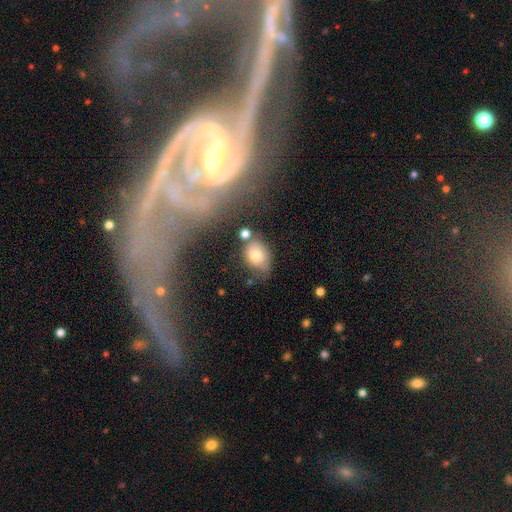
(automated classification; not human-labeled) Smooth or featured: smooth — 72% (featured or disk — 18%)
How rounded: in between — 67% (round — 31%)
Merging: none — 56% (minor disturbance — 23%)